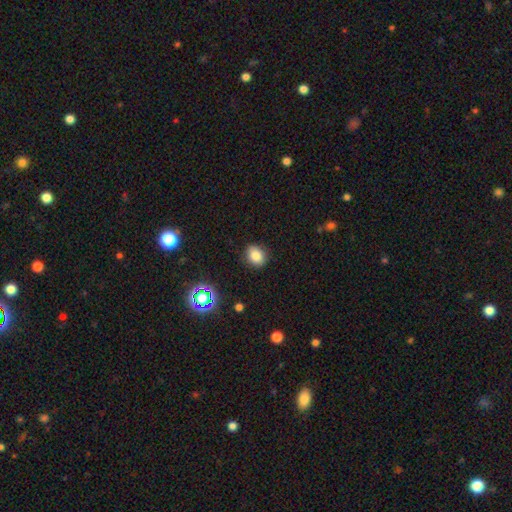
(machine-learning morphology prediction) Overall: smooth (81%). How rounded: round (56%; in between 43%). Merging: none (86%).